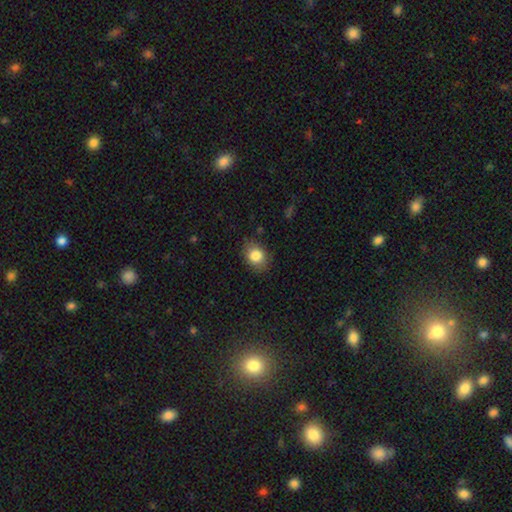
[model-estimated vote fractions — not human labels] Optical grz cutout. It shows a smooth galaxy with no disk features (84%) that is in between round and cigar-shaped (54%). Merging: none (80%).